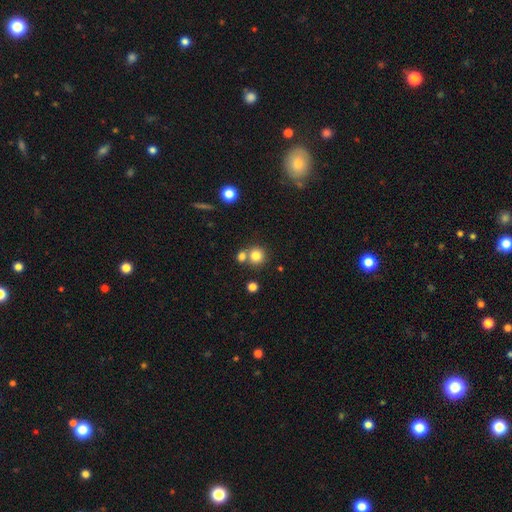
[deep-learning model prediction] This is clearly a smooth galaxy (80%). How rounded: clearly round (90%). Merging: likely none (60%).